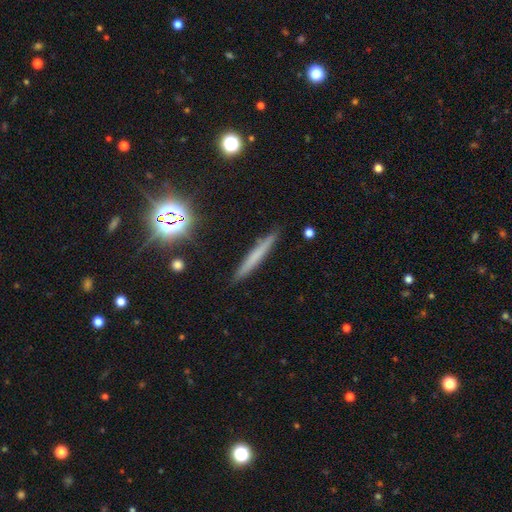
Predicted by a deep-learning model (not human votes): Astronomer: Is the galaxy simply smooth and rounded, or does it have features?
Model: smooth — 57%.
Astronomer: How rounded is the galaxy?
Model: cigar-shaped — 95%.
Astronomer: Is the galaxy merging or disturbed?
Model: none — 90%.